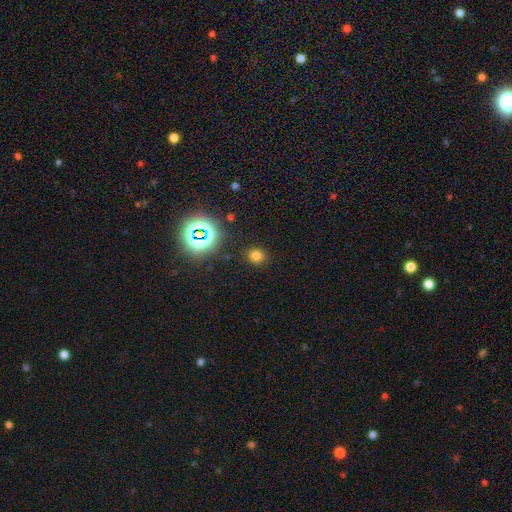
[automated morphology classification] The model was most divided on "smooth or featured": smooth: 72%, star or artifact: 22%, featured or disk: 6%. More confident: merging — none (87%); how rounded — round (82%).